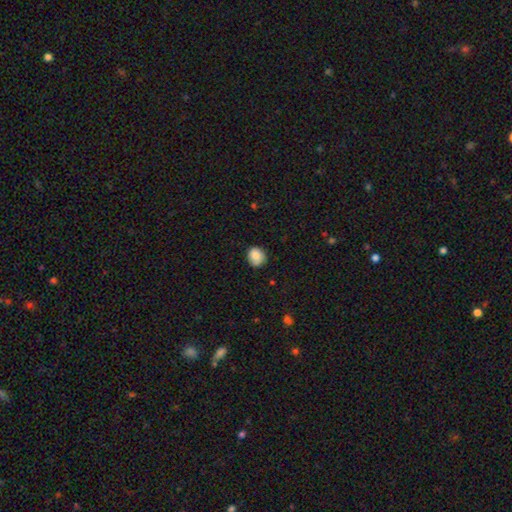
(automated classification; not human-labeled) smooth 85%, star or artifact 8%, featured or disk 7%. Down the decision tree: how rounded — round (81%); merging — none (82%).